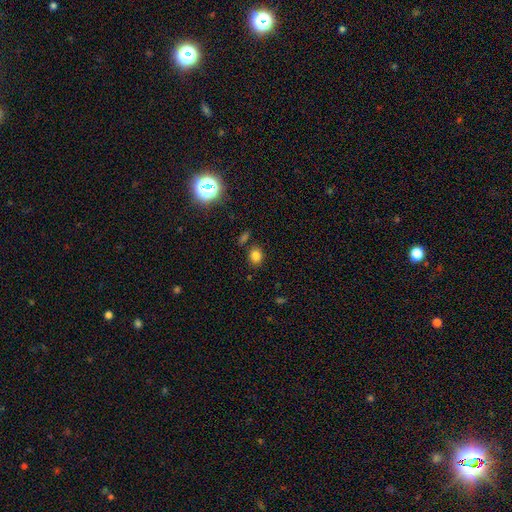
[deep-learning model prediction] smooth_or_featured: smooth (p=0.80) [alt: star or artifact p=0.14]
how_rounded: round (p=0.60) [alt: in between p=0.39]
merging: none (p=0.80) [alt: minor disturbance p=0.10]